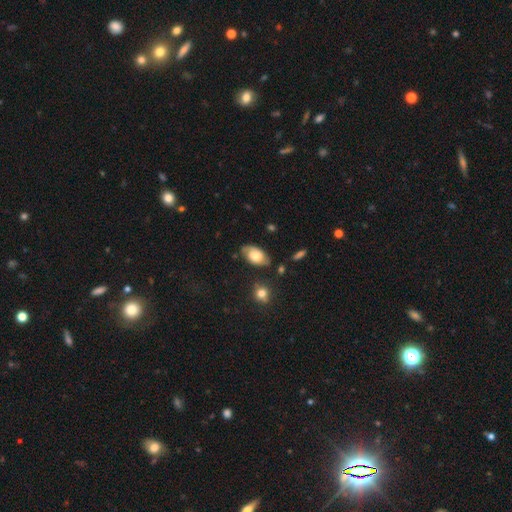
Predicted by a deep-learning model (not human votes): The model was most divided on "smooth or featured": smooth: 57%, featured or disk: 36%, star or artifact: 8%. More confident: how rounded — in between (92%); merging — none (69%).